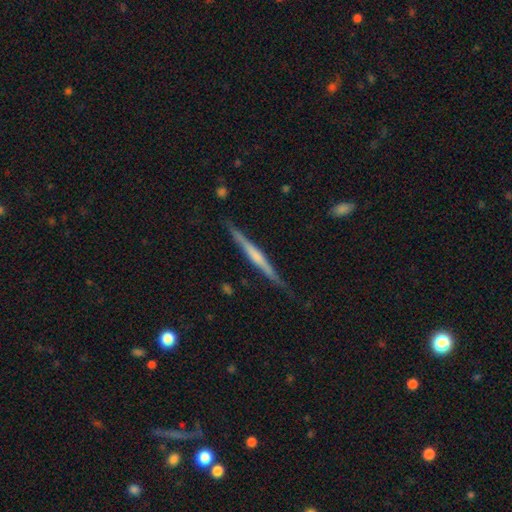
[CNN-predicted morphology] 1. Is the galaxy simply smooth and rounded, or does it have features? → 65% featured or disk, 29% smooth, 6% star or artifact.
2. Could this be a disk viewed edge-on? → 98% yes, 2% no.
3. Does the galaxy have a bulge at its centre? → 47% none, 36% rounded, 17% boxy.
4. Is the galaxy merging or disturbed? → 86% none, 11% minor disturbance, 2% major disturbance, 1% merger.